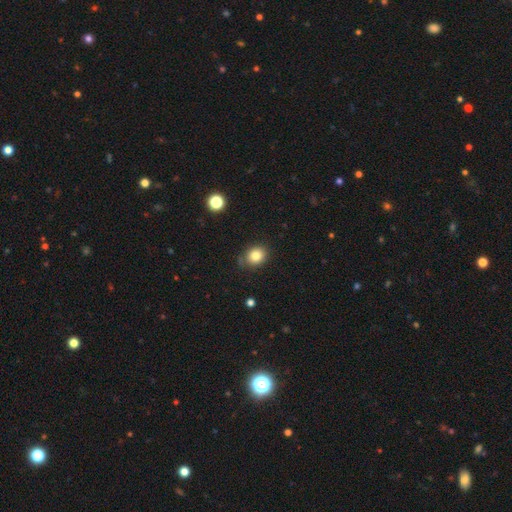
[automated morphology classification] A smooth galaxy with no disk features (82%) that is round (62%). Merging: none (77%).